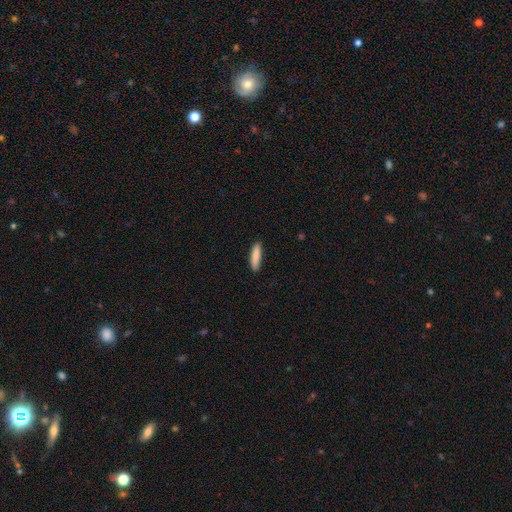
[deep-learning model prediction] Overall: smooth (87%). How rounded: cigar-shaped (76%). Merging: none (88%).